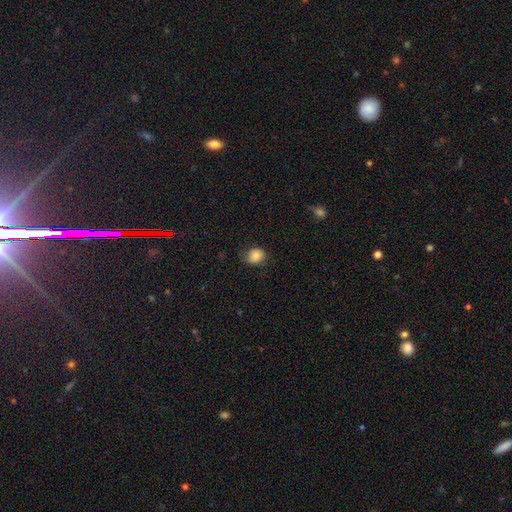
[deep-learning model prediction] Smooth or featured: smooth — 81% (featured or disk — 10%)
How rounded: round — 62% (in between — 37%)
Merging: none — 70% (minor disturbance — 23%)